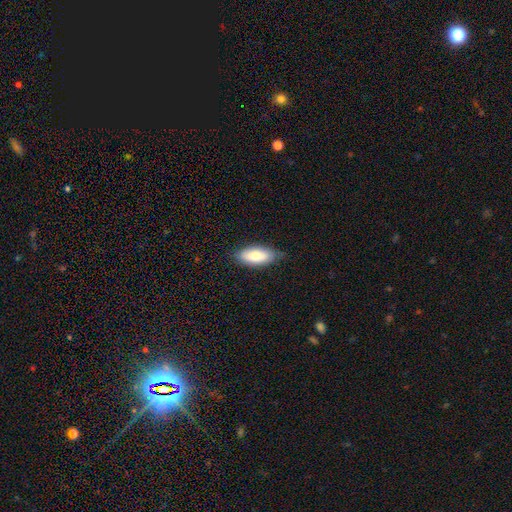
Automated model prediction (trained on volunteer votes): Overall: smooth (70%). How rounded: in between (86%). Merging: none (78%).